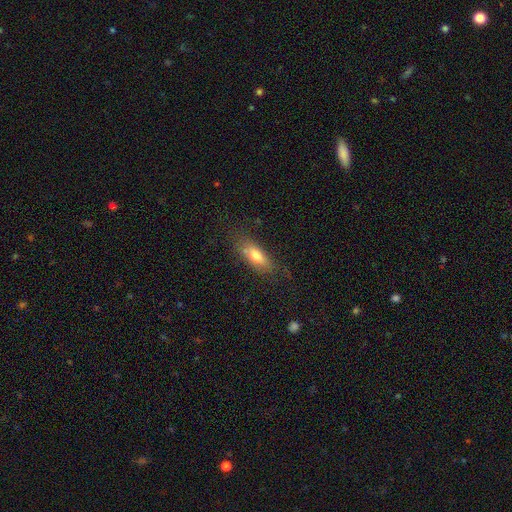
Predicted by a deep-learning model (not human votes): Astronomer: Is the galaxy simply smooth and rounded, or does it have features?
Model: smooth — 71%.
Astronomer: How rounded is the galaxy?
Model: in between — 71%.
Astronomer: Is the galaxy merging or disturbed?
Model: none — 70%.